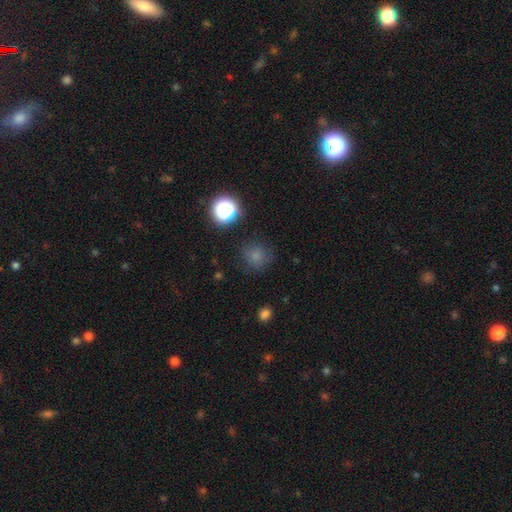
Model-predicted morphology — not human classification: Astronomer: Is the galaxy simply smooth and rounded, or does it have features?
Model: smooth — 74%.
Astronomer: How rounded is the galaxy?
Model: round — 89%.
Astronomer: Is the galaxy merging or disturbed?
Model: none — 80%.